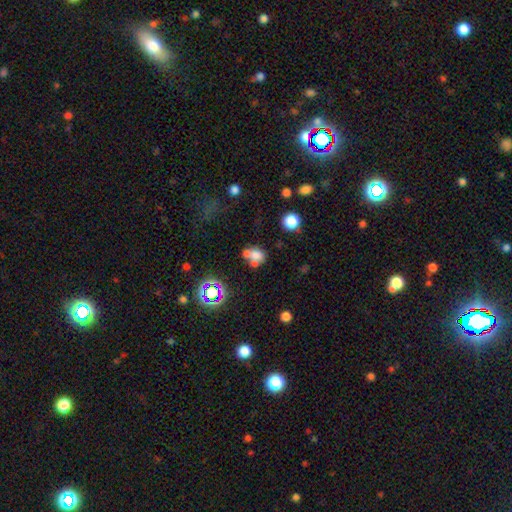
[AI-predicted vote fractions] Morphology: type=smooth (63%); roundness=round (53%); merging=merger (48%).